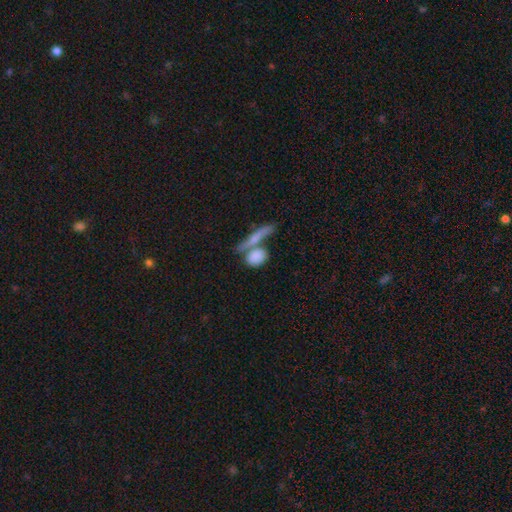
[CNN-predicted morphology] Overall: smooth (78%). How rounded: in between (49%; round 34%). Merging: none (42%; merger 39%).